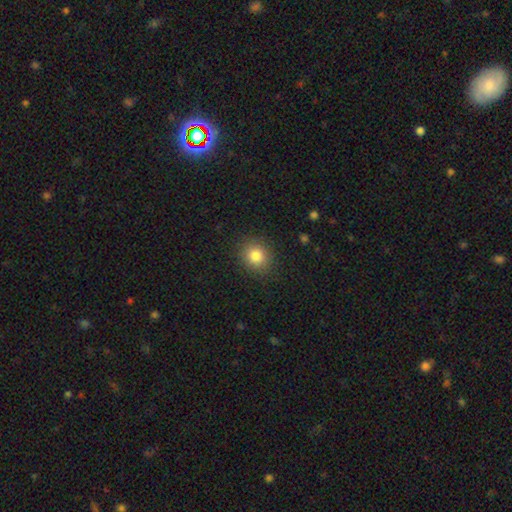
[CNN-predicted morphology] smooth-or-featured: smooth: 83% | star or artifact: 11% | featured or disk: 6%
  how-rounded: round: 81% | in between: 18% | cigar-shaped: 1%
  merging: none: 89% | minor disturbance: 8% | major disturbance: 3% | merger: 1%